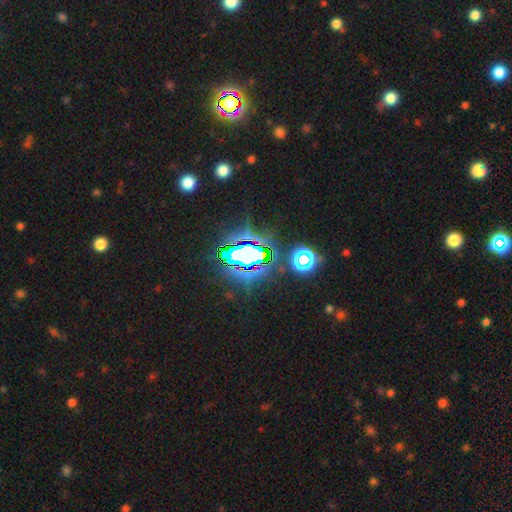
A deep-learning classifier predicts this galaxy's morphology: Smooth or featured: star or artifact — 82% (smooth — 11%)